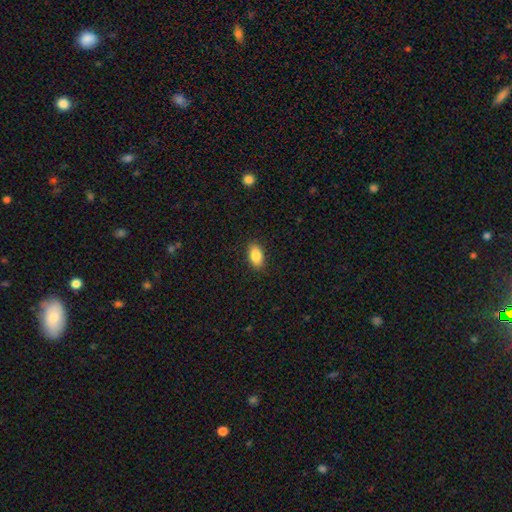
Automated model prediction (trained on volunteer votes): This is clearly a smooth galaxy (86%). How rounded: clearly in between (90%). Merging: clearly none (88%).